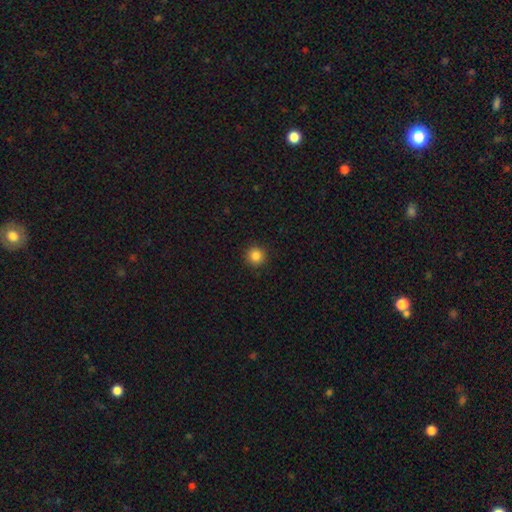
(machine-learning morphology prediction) smooth 85%, star or artifact 11%, featured or disk 4%. Down the decision tree: how rounded — round (96%); merging — none (93%).